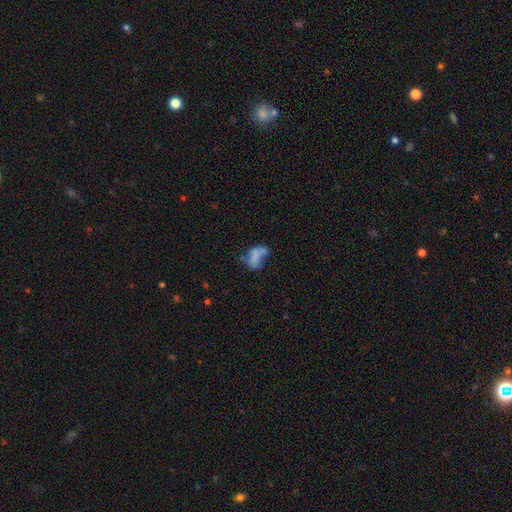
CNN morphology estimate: type=smooth (56%); roundness=in between (85%); merging=major disturbance (34%).